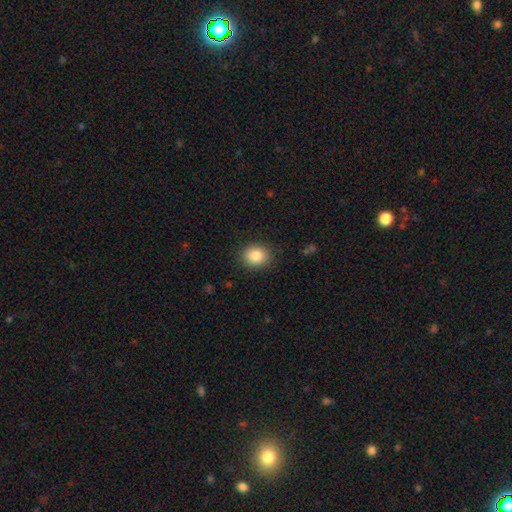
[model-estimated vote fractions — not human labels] Smooth or featured? Predicted: smooth (p=0.86). How rounded? Predicted: round (p=0.65). Merging? Predicted: none (p=0.87).